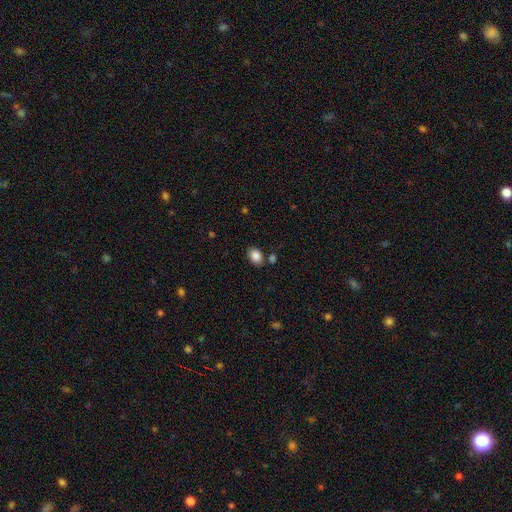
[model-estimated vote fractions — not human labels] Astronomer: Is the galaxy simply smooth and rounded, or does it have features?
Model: smooth — 86%.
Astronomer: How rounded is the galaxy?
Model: in between — 76%.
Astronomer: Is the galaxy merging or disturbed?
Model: none — 79%.